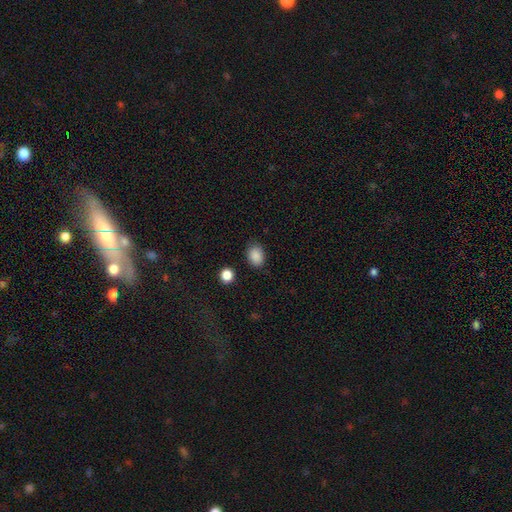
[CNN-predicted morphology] Smooth or featured: smooth — 88% (star or artifact — 9%)
How rounded: in between — 70% (round — 29%)
Merging: none — 83% (minor disturbance — 12%)